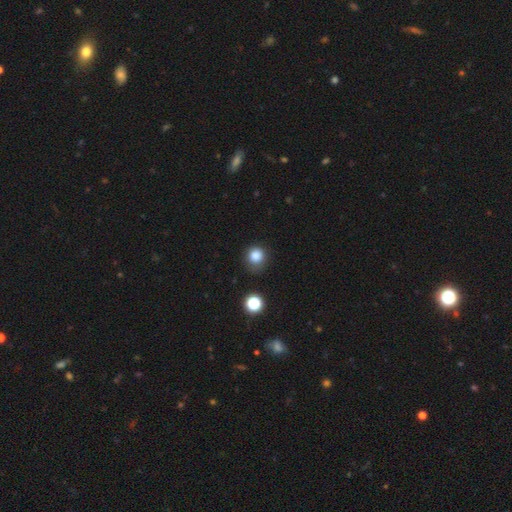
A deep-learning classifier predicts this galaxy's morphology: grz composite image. It shows a smooth galaxy with no disk features (83%) that is round (89%). Merging: none (75%).